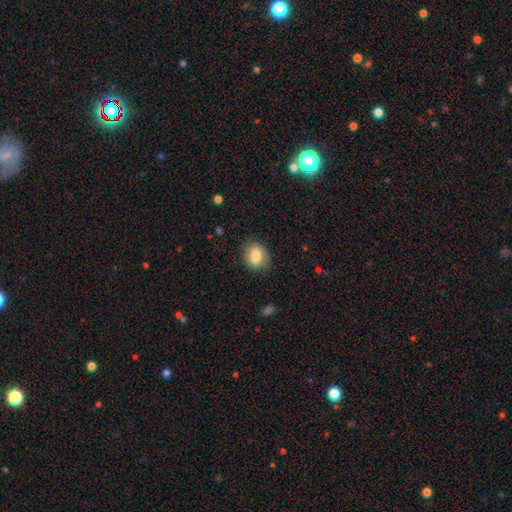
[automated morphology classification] This appears to be a smooth galaxy with no disk features (81%) that is round (50%). Merging: none (81%).